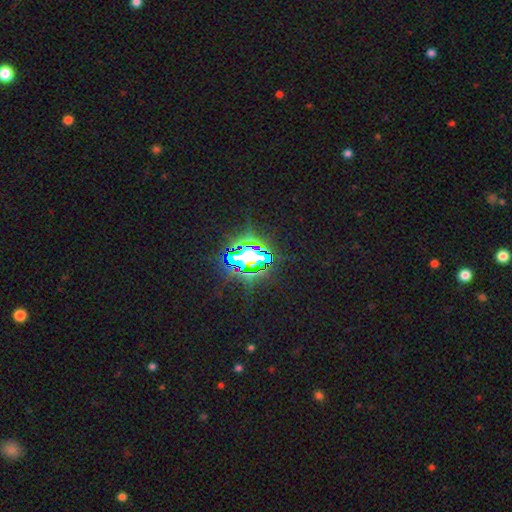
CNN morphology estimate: Smooth or featured? Predicted: star or artifact (p=0.76).